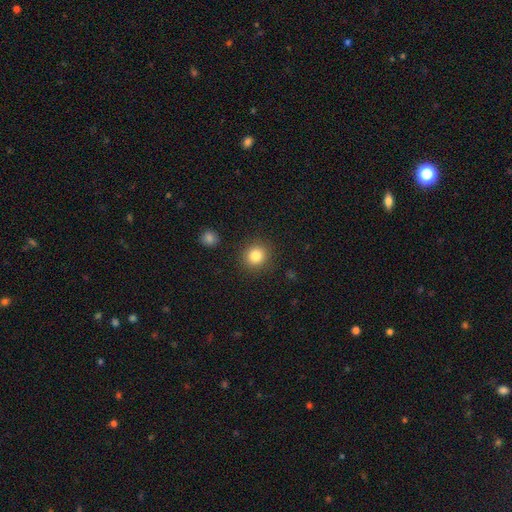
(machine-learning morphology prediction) The model was most divided on "smooth or featured": smooth: 84%, star or artifact: 10%, featured or disk: 6%. More confident: merging — none (88%); how rounded — round (88%).